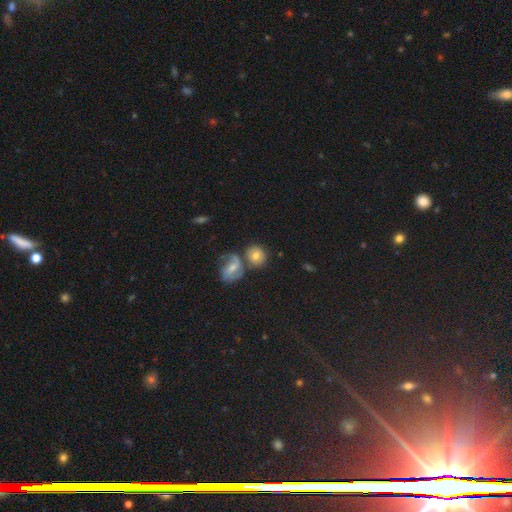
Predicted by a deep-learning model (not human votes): Q: Smooth or featured?
A: smooth (64%); runner-up: featured or disk (26%)
Q: How rounded?
A: round (81%); runner-up: in between (17%)
Q: Merging?
A: none (58%); runner-up: merger (25%)